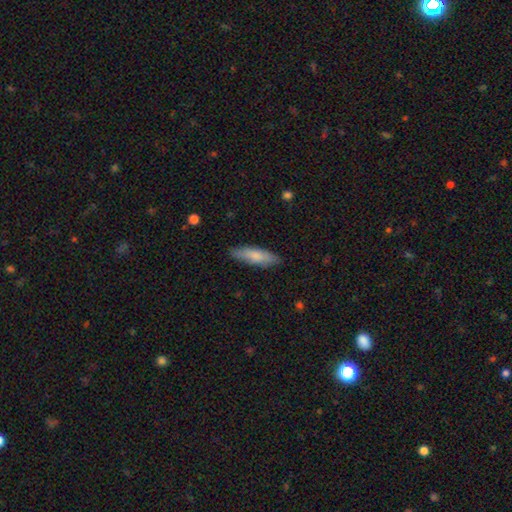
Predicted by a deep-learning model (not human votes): Smooth or featured?
  - smooth: 76% *
  - featured or disk: 18%
  - star or artifact: 5%
How rounded?
  - cigar-shaped: 63% *
  - in between: 36%
  - round: 2%
Merging?
  - none: 86% *
  - minor disturbance: 11%
  - major disturbance: 2%
  - merger: 1%